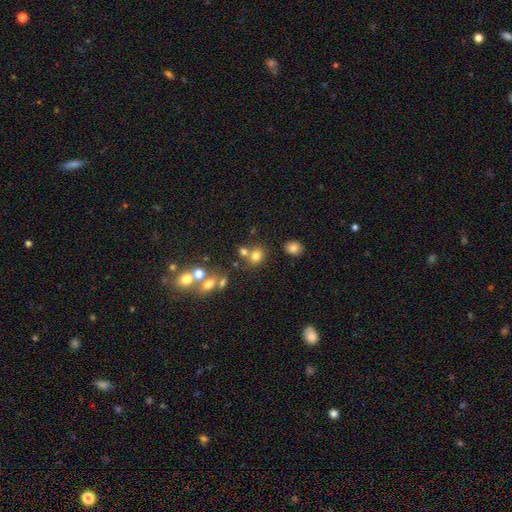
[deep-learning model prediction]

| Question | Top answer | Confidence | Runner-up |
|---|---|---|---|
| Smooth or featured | smooth | 73% | star or artifact (16%) |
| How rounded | round | 73% | in between (26%) |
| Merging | none | 54% | merger (31%) |